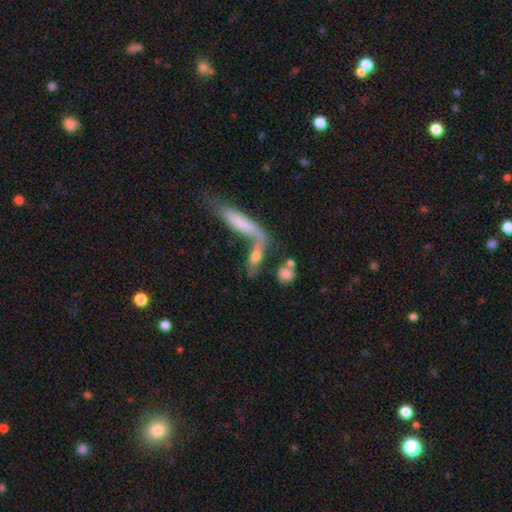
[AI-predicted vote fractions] Smooth or featured? Predicted: smooth (p=0.55). How rounded? Predicted: cigar-shaped (p=0.54). Merging? Predicted: merger (p=0.48).